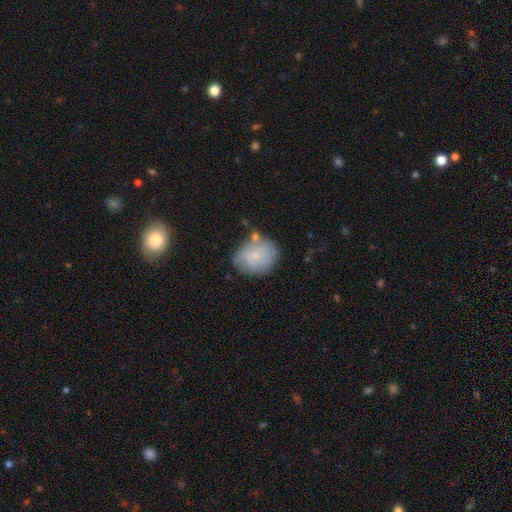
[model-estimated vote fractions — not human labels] smooth_or_featured: smooth (p=0.57) [alt: featured or disk p=0.35]
how_rounded: round (p=0.52) [alt: in between p=0.47]
merging: none (p=0.60) [alt: minor disturbance p=0.24]